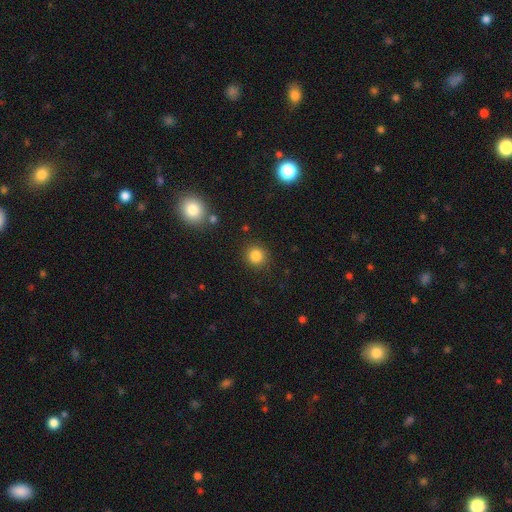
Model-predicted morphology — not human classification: Smooth or featured? smooth (84%)
How rounded? round (91%)
Merging? none (88%)